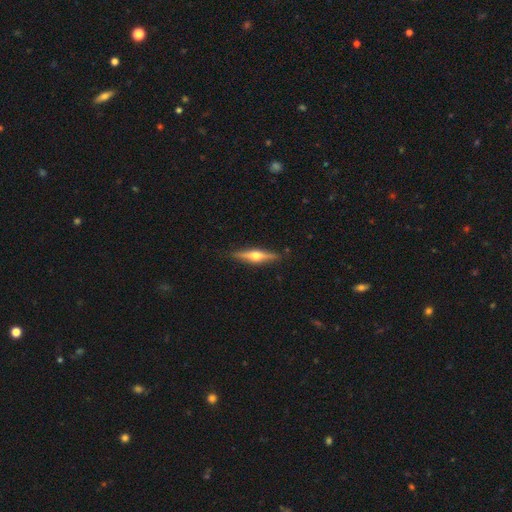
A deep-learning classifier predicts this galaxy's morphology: smooth_or_featured: featured or disk (p=0.67) [alt: smooth p=0.27]
disk_edge_on: yes (p=0.97) [alt: no p=0.03]
edge_on_bulge: rounded (p=0.93) [alt: boxy p=0.04]
merging: none (p=0.88) [alt: minor disturbance p=0.09]